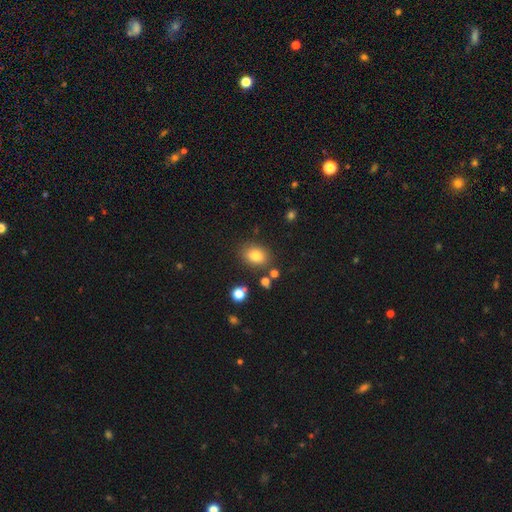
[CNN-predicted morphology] Q: Smooth or featured?
A: smooth (80%); runner-up: star or artifact (11%)
Q: How rounded?
A: in between (60%); runner-up: round (38%)
Q: Merging?
A: none (82%); runner-up: minor disturbance (10%)